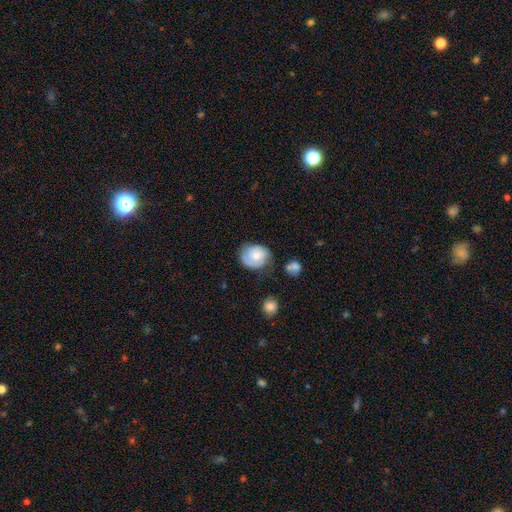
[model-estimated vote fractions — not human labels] The model was most divided on "smooth or featured": smooth: 54%, featured or disk: 38%, star or artifact: 7%. More confident: how rounded — round (64%); merging — none (59%).